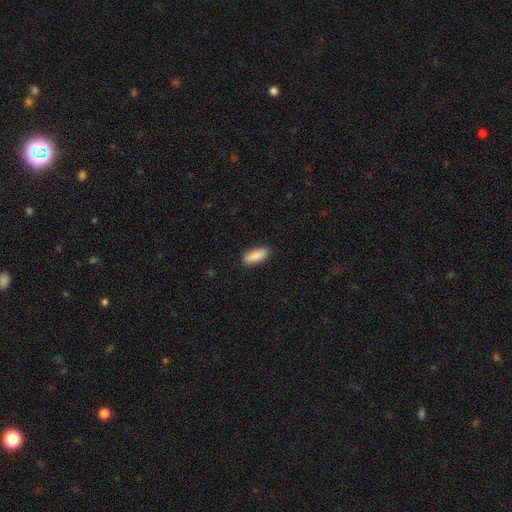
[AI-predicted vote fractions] Smooth or featured? smooth (89%)
How rounded? in between (77%)
Merging? none (89%)